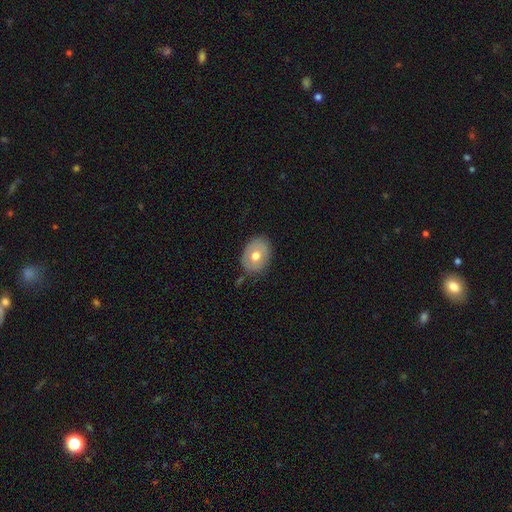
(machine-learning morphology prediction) type=smooth (65%); roundness=in between (61%); merging=none (78%).